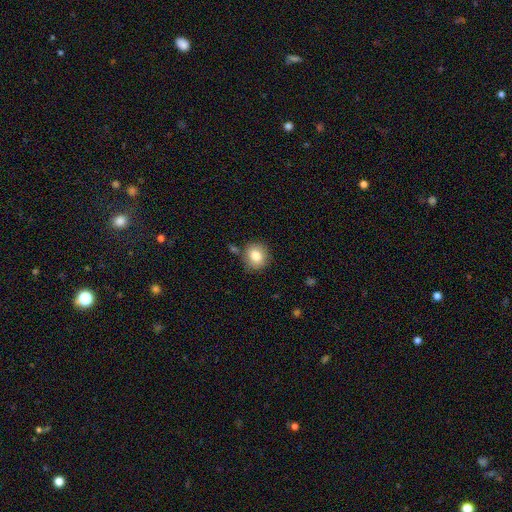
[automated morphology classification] Smooth or featured? smooth (82%)
How rounded? round (83%)
Merging? none (80%)